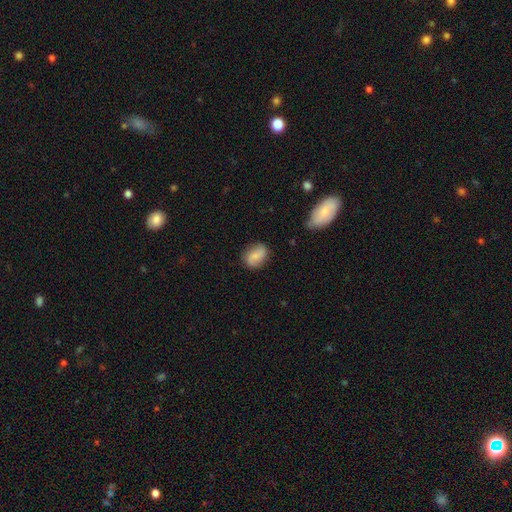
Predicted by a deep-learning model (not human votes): smooth-or-featured: smooth: 62% | featured or disk: 31% | star or artifact: 8%
  how-rounded: in between: 73% | round: 25% | cigar-shaped: 2%
  merging: none: 77% | minor disturbance: 17% | major disturbance: 4% | merger: 2%